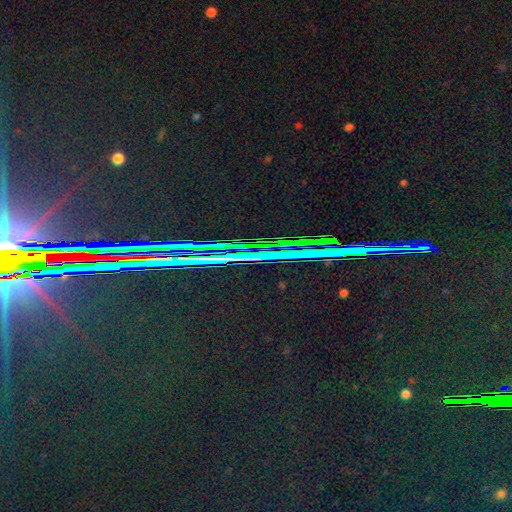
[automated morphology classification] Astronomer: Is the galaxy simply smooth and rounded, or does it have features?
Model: star or artifact — 87%.